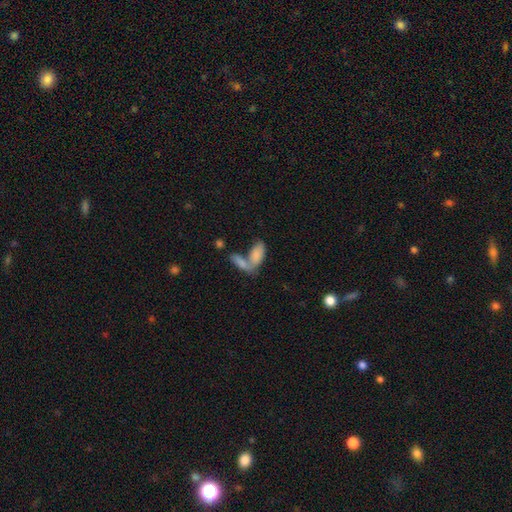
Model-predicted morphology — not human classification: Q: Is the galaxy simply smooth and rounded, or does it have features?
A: smooth — 80%.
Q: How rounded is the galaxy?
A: in between — 86%.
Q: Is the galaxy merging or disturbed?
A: merger — 58%.